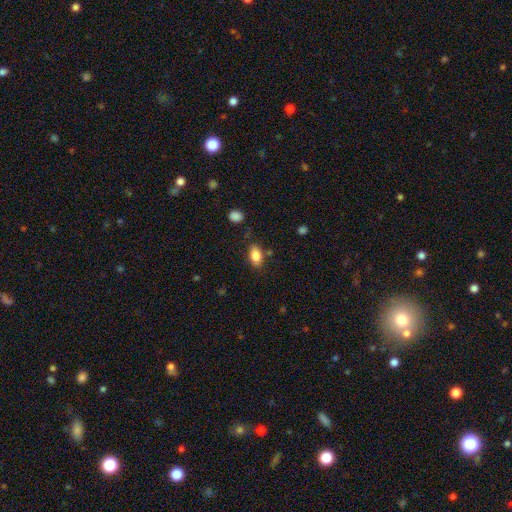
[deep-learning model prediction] This appears to be a smooth galaxy with no disk features (85%) that is in between round and cigar-shaped (89%). Merging: none (77%).